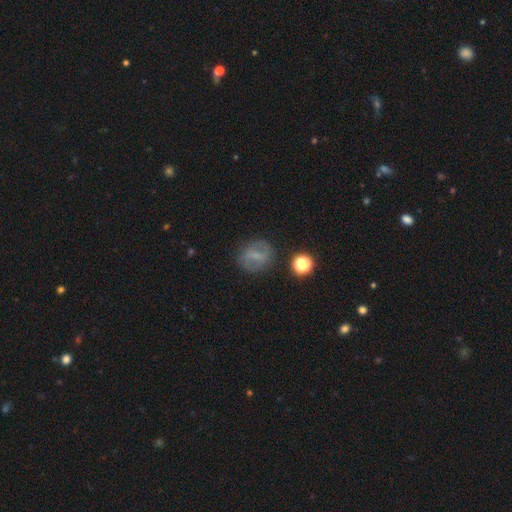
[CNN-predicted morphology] This is possibly a featured or disk galaxy (47%). Merging: likely none (79%).